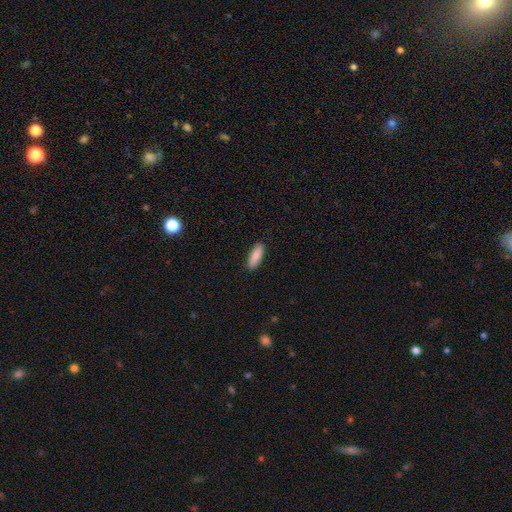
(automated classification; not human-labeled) A smooth galaxy with no disk features (86%) that is in between round and cigar-shaped (61%). Merging: none (90%).